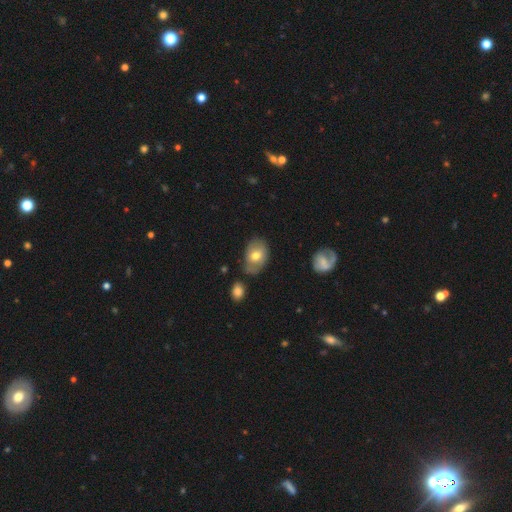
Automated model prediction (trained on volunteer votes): Q: Smooth or featured?
A: smooth (64%); runner-up: featured or disk (29%)
Q: How rounded?
A: in between (82%); runner-up: round (17%)
Q: Merging?
A: none (62%); runner-up: minor disturbance (25%)